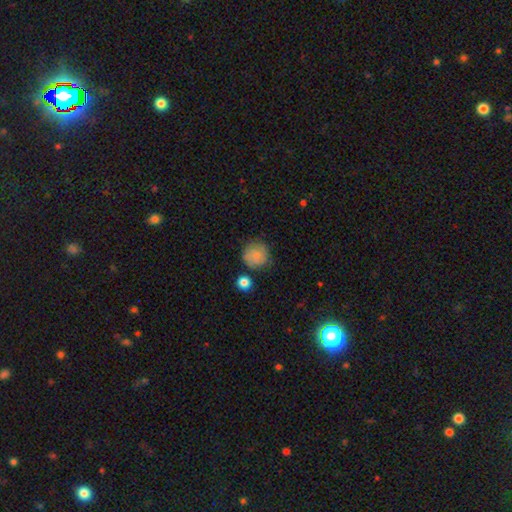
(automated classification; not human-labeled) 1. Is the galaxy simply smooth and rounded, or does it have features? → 80% smooth, 12% featured or disk, 9% star or artifact.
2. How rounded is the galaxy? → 91% round, 8% in between, 1% cigar-shaped.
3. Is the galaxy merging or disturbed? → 71% none, 18% minor disturbance, 6% merger, 5% major disturbance.